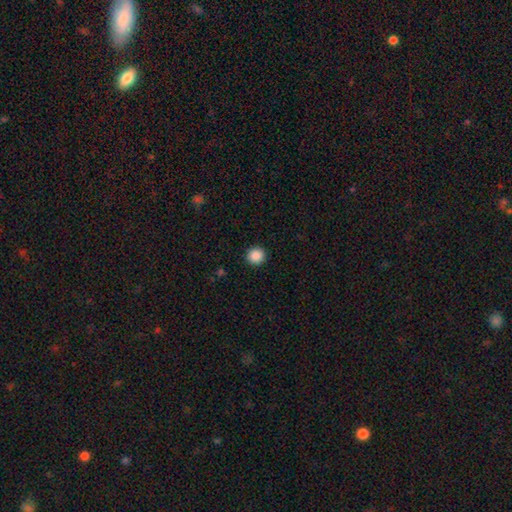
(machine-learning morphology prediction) A smooth galaxy with no disk features (88%) that is round (91%).

Vote fractions:
- Smooth or featured? smooth: 88% / star or artifact: 9% / featured or disk: 3%
- How rounded? round: 91% / in between: 8% / cigar-shaped: 1%
- Merging? none: 92% / minor disturbance: 5% / major disturbance: 2% / merger: 1%